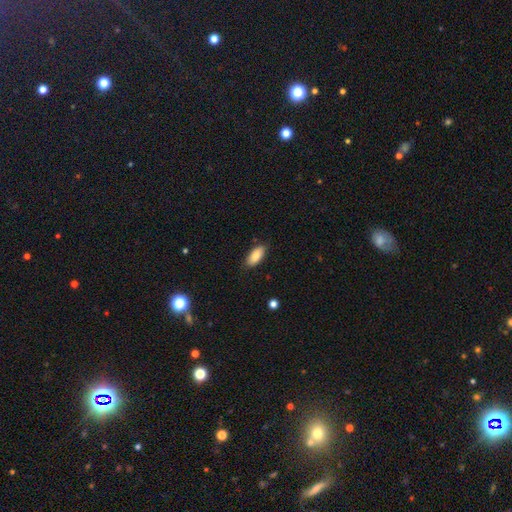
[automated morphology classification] smooth 83%, featured or disk 10%, star or artifact 7%. Down the decision tree: how rounded — in between (87%); merging — none (83%).